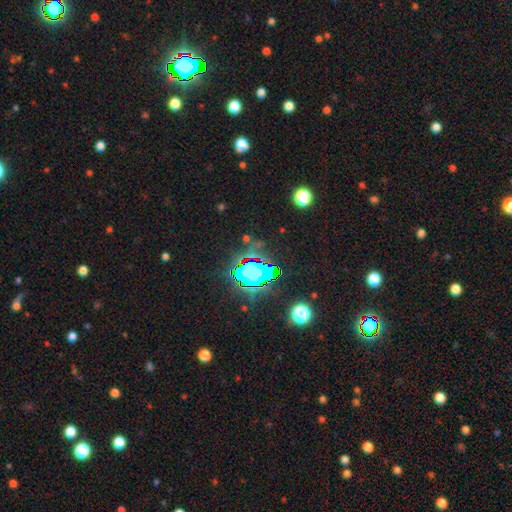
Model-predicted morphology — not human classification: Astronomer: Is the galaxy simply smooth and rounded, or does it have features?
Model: star or artifact — 83%.